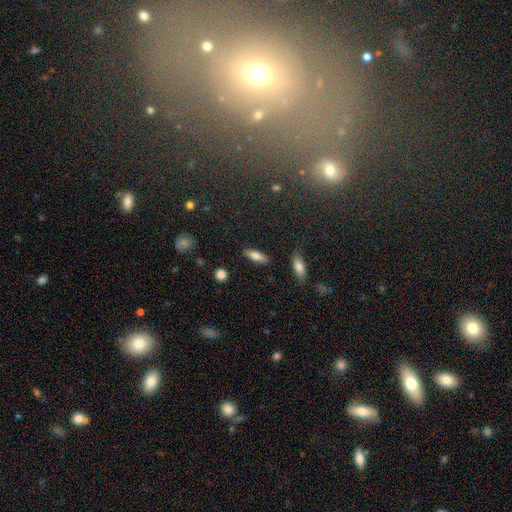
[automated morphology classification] smooth 74%, featured or disk 19%, star or artifact 7%. Down the decision tree: how rounded — in between (59%); merging — none (86%).